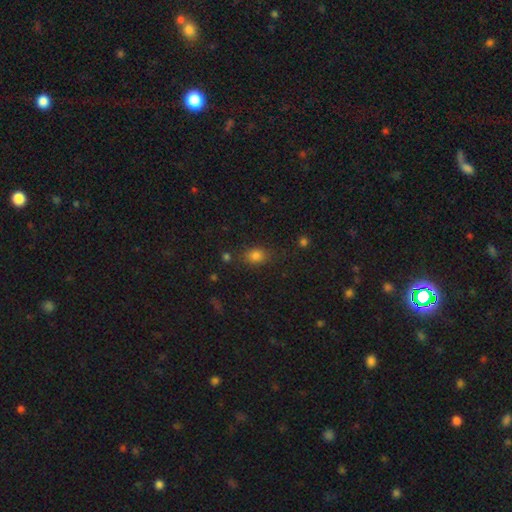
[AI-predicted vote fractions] Smooth or featured? Predicted: smooth (p=0.80). How rounded? Predicted: in between (p=0.61). Merging? Predicted: none (p=0.76).